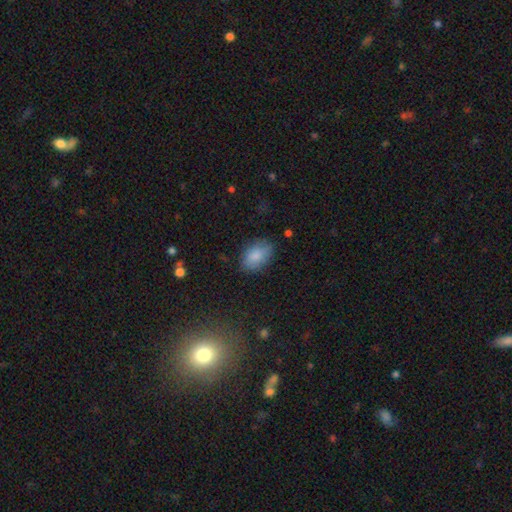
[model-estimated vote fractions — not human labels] smooth_or_featured: smooth (p=0.85) [alt: featured or disk p=0.08]
how_rounded: in between (p=0.86) [alt: round p=0.12]
merging: none (p=0.77) [alt: minor disturbance p=0.17]